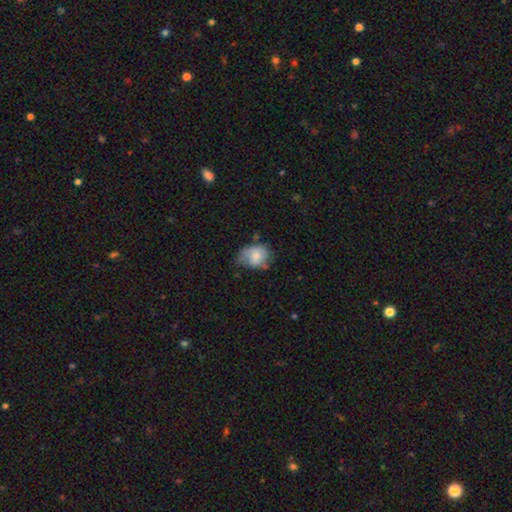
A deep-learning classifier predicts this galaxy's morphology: type=smooth (66%); roundness=in between (64%); merging=none (39%).